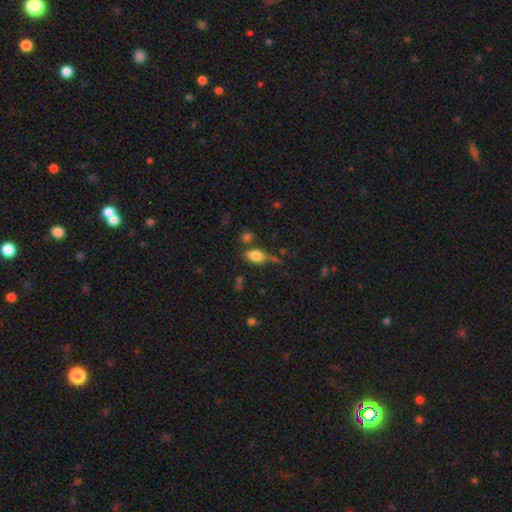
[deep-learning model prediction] A smooth galaxy with no disk features (82%) that is in between round and cigar-shaped (88%). Merging: none (60%).